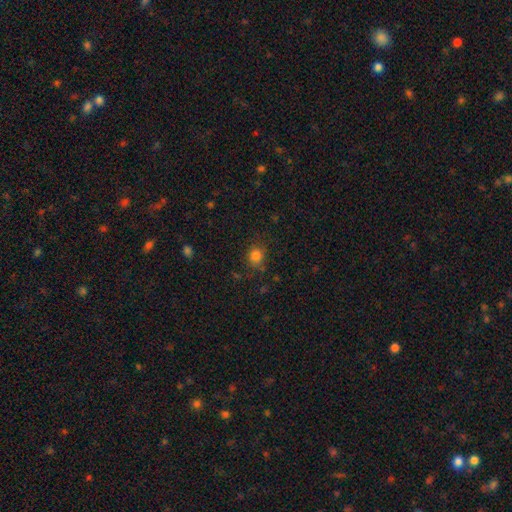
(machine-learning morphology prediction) Smooth or featured? Predicted: smooth (p=0.82). How rounded? Predicted: round (p=0.77). Merging? Predicted: none (p=0.79).